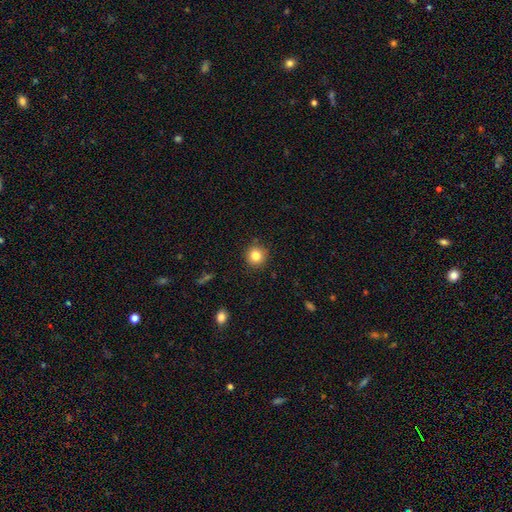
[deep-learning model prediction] Q: Smooth or featured?
A: smooth (83%); runner-up: star or artifact (11%)
Q: How rounded?
A: round (93%); runner-up: in between (6%)
Q: Merging?
A: none (90%); runner-up: minor disturbance (7%)